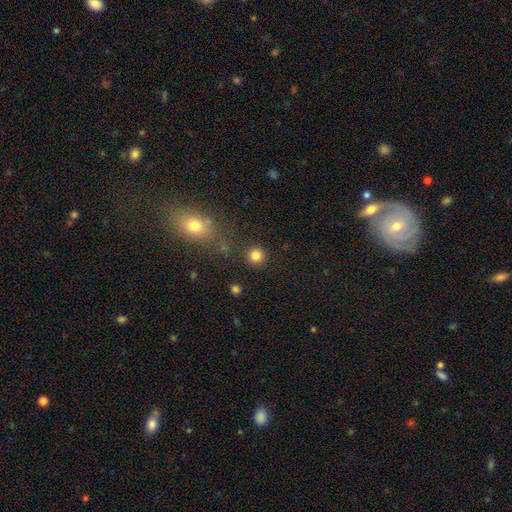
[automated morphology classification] This is clearly a smooth galaxy (83%). How rounded: clearly round (94%). Merging: clearly none (87%).